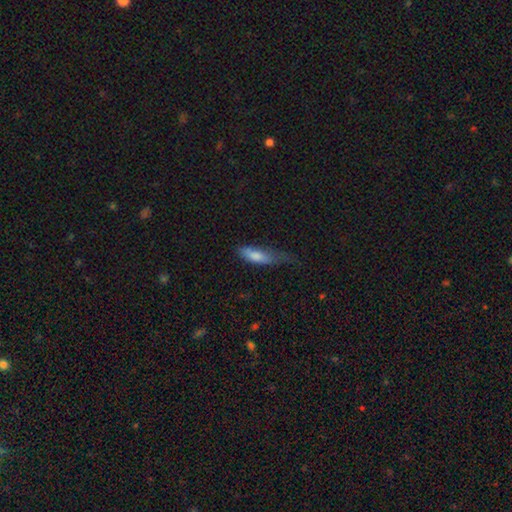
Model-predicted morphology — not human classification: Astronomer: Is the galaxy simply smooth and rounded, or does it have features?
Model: smooth — 72%.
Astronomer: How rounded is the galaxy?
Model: cigar-shaped — 59% (runner-up: in between, 39%).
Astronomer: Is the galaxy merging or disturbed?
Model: minor disturbance — 38% (runner-up: none, 34%).